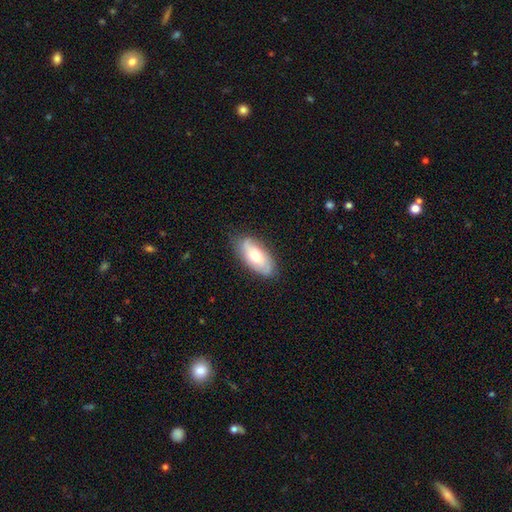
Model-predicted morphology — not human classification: Q: Smooth or featured?
A: smooth (55%); runner-up: featured or disk (39%)
Q: How rounded?
A: in between (90%); runner-up: cigar-shaped (7%)
Q: Merging?
A: none (79%); runner-up: minor disturbance (17%)